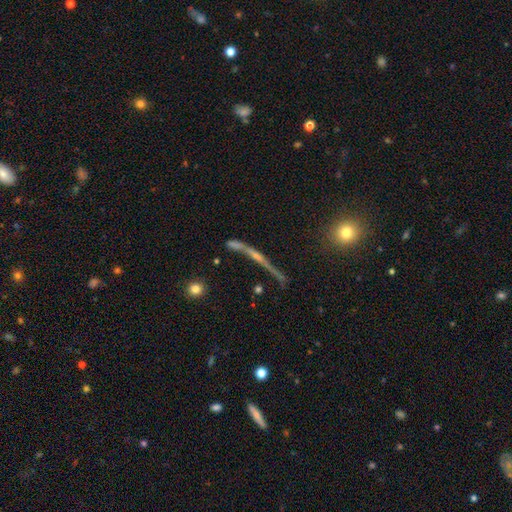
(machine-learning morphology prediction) The model was most divided on "edge-on bulge": rounded: 52%, none: 38%, boxy: 9%. More confident: edge-on disk — yes (88%); smooth or featured — featured or disk (73%); merging — none (60%).